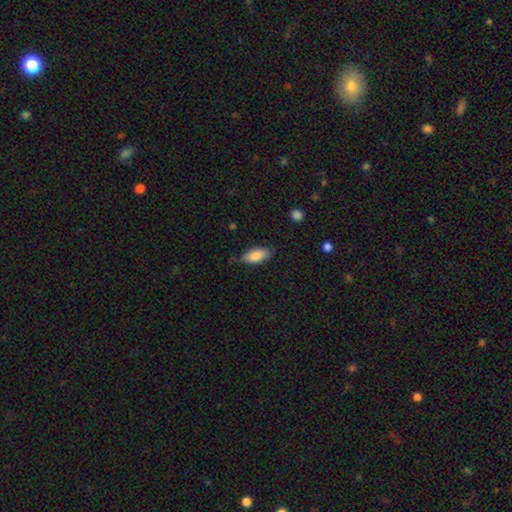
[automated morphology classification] Smooth or featured? Predicted: smooth (p=0.83). How rounded? Predicted: in between (p=0.87). Merging? Predicted: none (p=0.72).